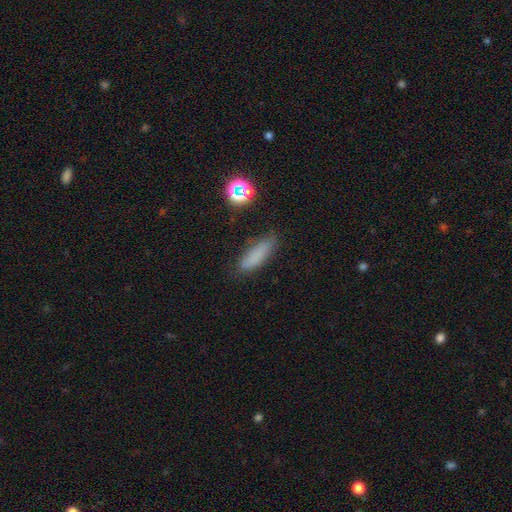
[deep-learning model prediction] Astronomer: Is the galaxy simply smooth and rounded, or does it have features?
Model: smooth — 78%.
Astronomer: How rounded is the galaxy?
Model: cigar-shaped — 59% (runner-up: in between, 39%).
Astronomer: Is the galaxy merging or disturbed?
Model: none — 77%.